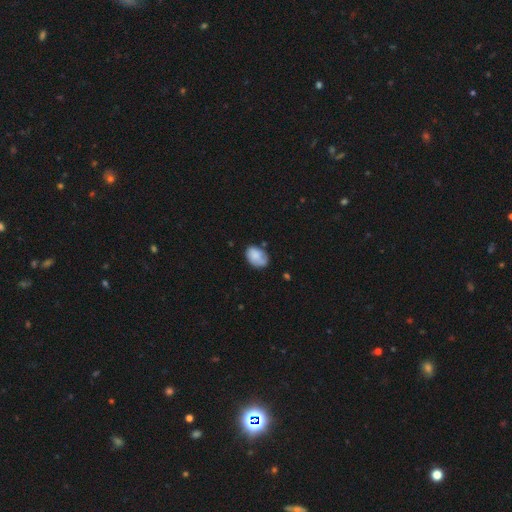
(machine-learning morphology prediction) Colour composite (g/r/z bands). It shows a smooth galaxy with no disk features (76%) that is in between round and cigar-shaped (80%). Merging: none (56%).